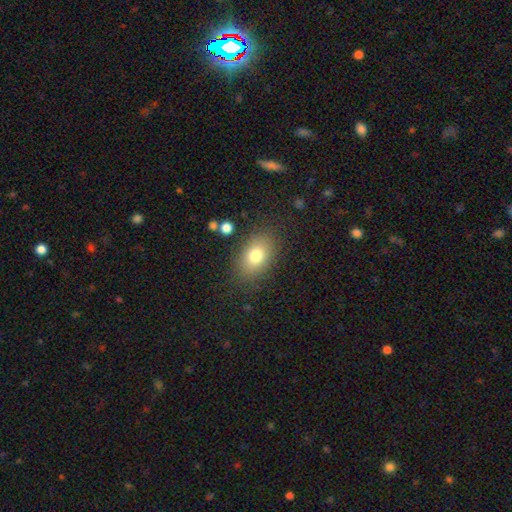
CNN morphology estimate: Q: Smooth or featured?
A: smooth (77%); runner-up: featured or disk (13%)
Q: How rounded?
A: in between (81%); runner-up: round (17%)
Q: Merging?
A: none (82%); runner-up: minor disturbance (12%)